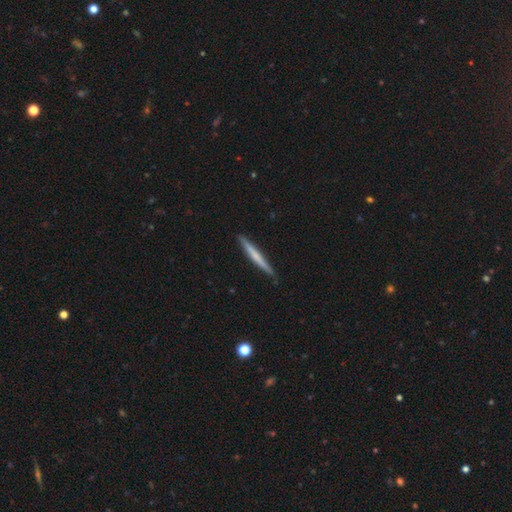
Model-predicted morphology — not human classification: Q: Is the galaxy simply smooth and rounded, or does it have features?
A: smooth — 51%.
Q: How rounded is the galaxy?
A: cigar-shaped — 97%.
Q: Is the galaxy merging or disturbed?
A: none — 91%.